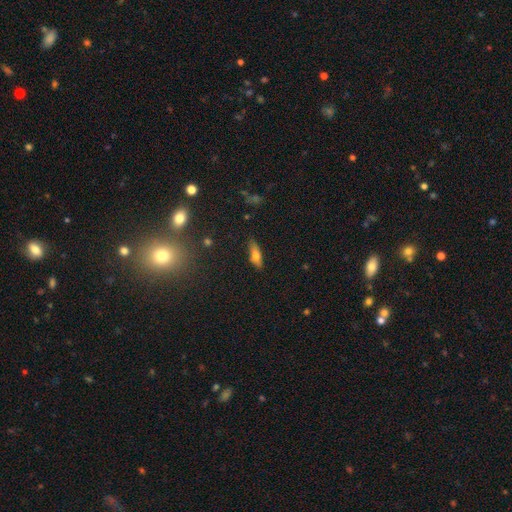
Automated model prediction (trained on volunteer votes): Overall: smooth (65%; featured or disk 26%). How rounded: in between (60%; cigar-shaped 36%). Merging: none (80%).